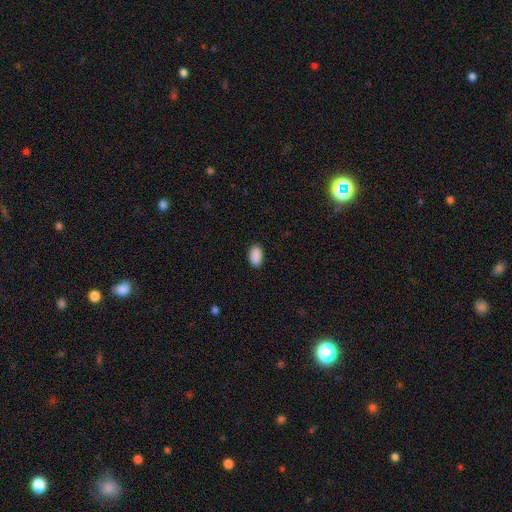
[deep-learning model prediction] Smooth or featured: smooth — 91% (star or artifact — 7%)
How rounded: in between — 93% (round — 6%)
Merging: none — 89% (minor disturbance — 8%)